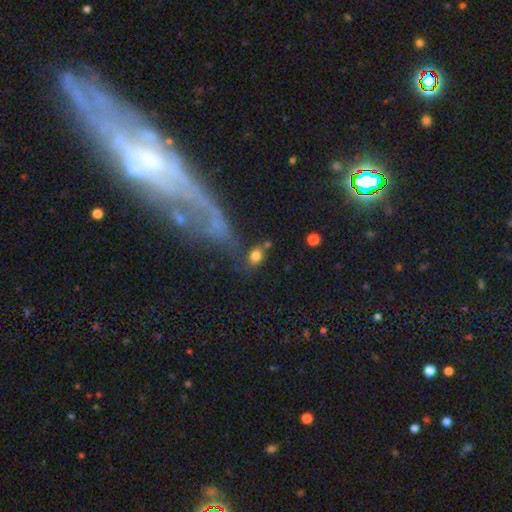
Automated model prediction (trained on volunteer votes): This is likely a smooth galaxy (79%). How rounded: likely in between (63%). Merging: likely none (63%).